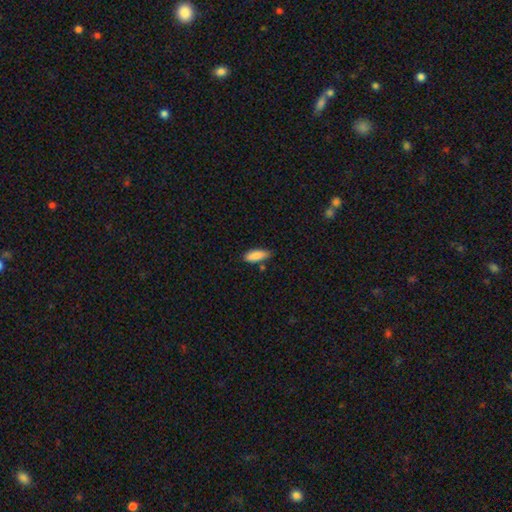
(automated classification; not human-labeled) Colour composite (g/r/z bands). It shows a smooth galaxy with no disk features (87%) that is in between round and cigar-shaped (67%). Merging: none (75%).